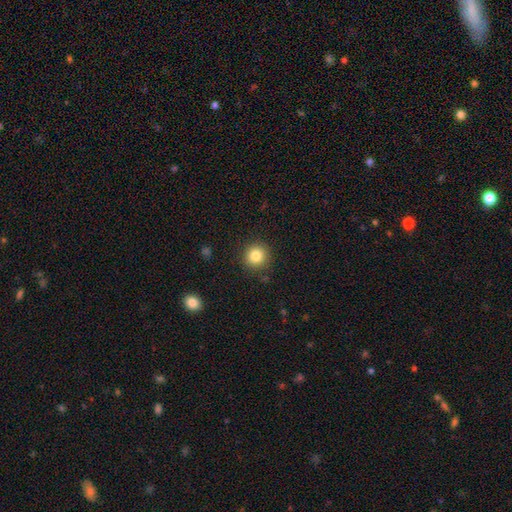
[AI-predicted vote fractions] Morphology: type=smooth (83%); roundness=round (93%); merging=none (88%).